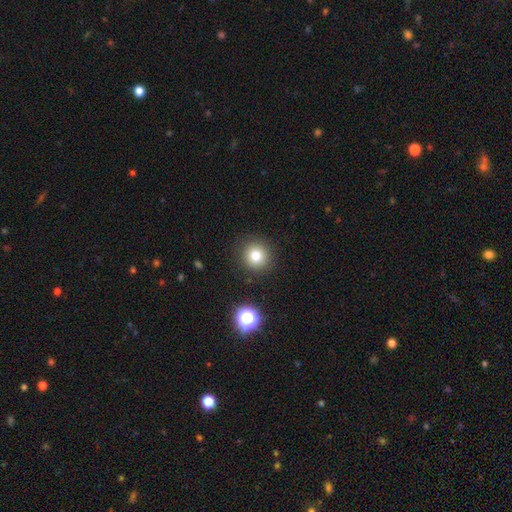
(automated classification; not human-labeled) Smooth or featured: smooth — 78% (star or artifact — 14%)
How rounded: round — 94% (in between — 6%)
Merging: none — 90% (minor disturbance — 6%)